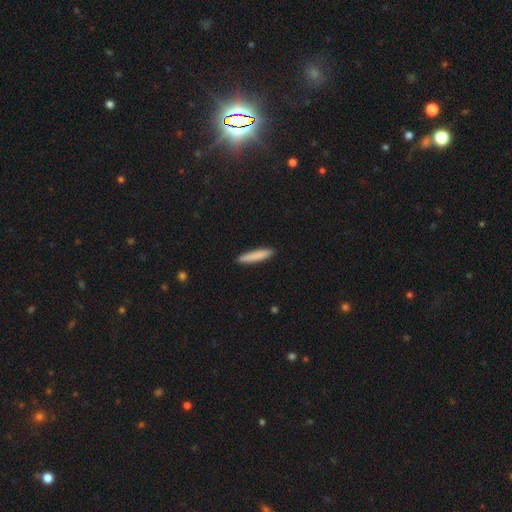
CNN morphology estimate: type=smooth (85%); roundness=cigar-shaped (90%); merging=none (91%).